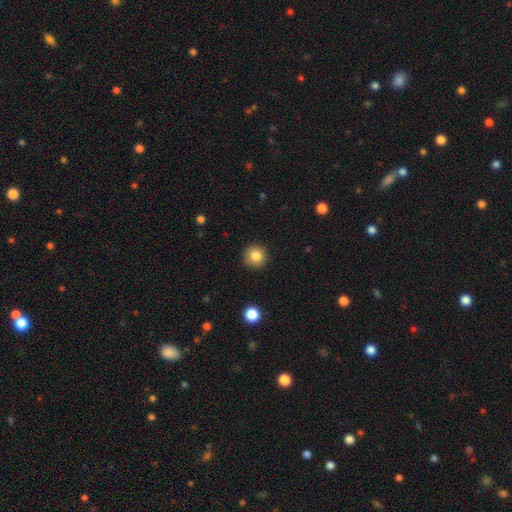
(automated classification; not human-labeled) This appears to be a smooth galaxy with no disk features (83%) that is round (95%). Merging: none (91%).